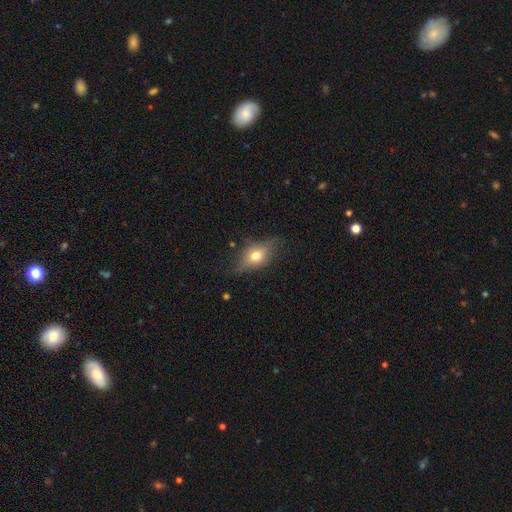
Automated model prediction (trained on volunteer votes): Smooth or featured? Predicted: smooth (p=0.55). How rounded? Predicted: in between (p=0.72). Merging? Predicted: none (p=0.67).